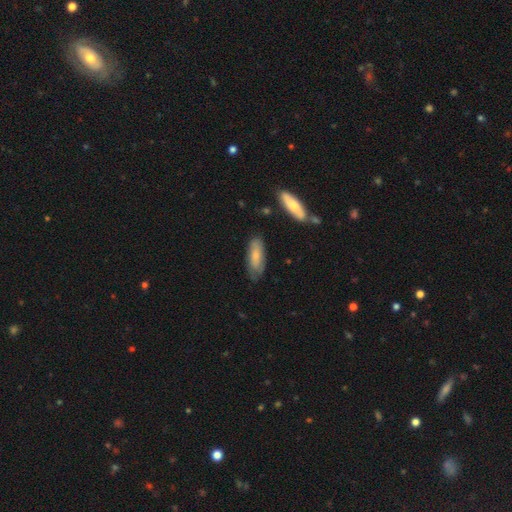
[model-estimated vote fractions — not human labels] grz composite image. It shows a smooth galaxy with no disk features (68%) that is in between round and cigar-shaped (70%). Merging: none (70%).